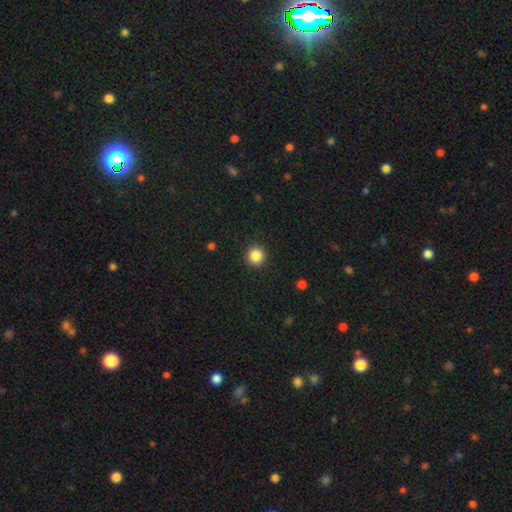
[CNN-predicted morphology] smooth 87%, star or artifact 10%, featured or disk 3%. Down the decision tree: how rounded — round (93%); merging — none (92%).